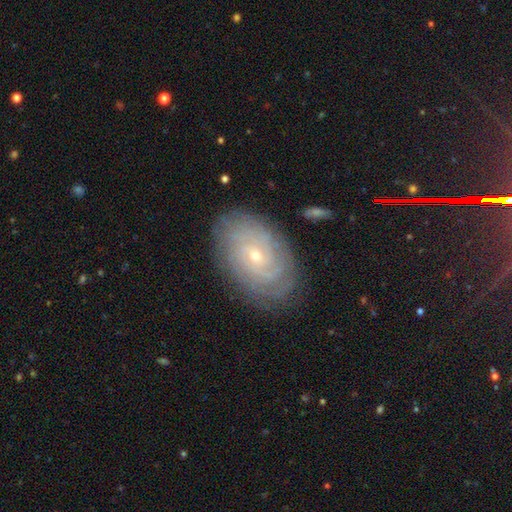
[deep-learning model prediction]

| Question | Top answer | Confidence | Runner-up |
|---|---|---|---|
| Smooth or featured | featured or disk | 79% | smooth (14%) |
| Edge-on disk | no | 96% | yes (4%) |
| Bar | no | 71% | weak (25%) |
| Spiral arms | yes | 93% | no (7%) |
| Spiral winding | tight | 81% | medium (15%) |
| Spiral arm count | can't tell | 47% | 4 (15%) |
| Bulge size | small | 76% | moderate (21%) |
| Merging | none | 83% | minor disturbance (13%) |